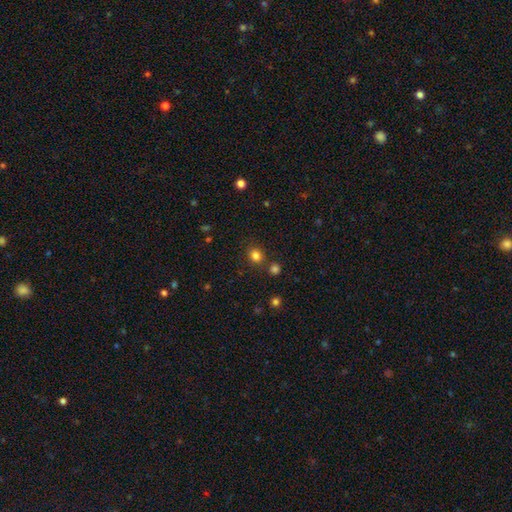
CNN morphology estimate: Smooth or featured: smooth — 81% (star or artifact — 14%)
How rounded: round — 76% (in between — 23%)
Merging: none — 78% (minor disturbance — 10%)